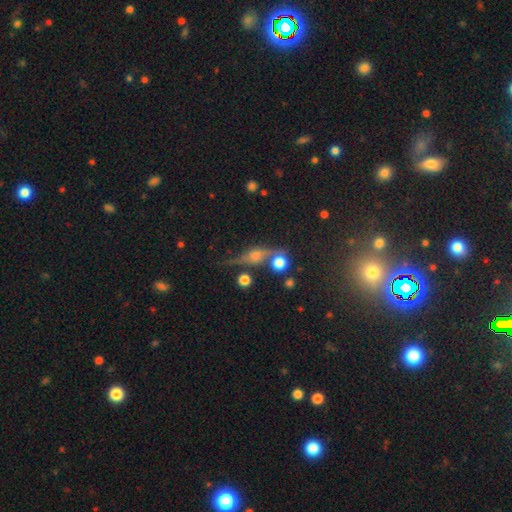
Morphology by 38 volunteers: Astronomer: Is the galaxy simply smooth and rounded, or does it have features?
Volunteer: featured or disk — 87%.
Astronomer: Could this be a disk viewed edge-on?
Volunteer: yes — 88%.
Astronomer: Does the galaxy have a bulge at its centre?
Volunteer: rounded — 79%.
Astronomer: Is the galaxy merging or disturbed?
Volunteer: none — 65%.